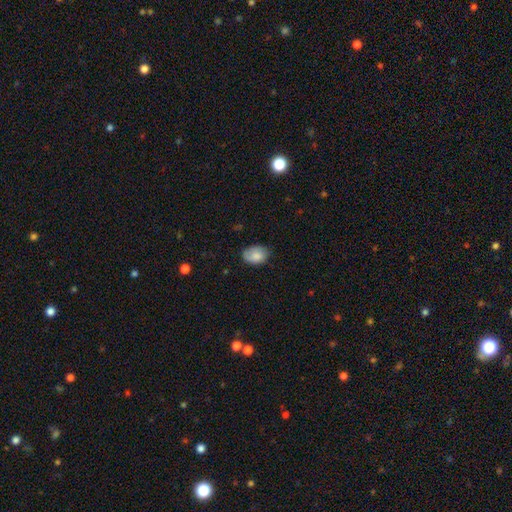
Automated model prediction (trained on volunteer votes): Overall: smooth (78%). How rounded: in between (79%). Merging: none (67%).